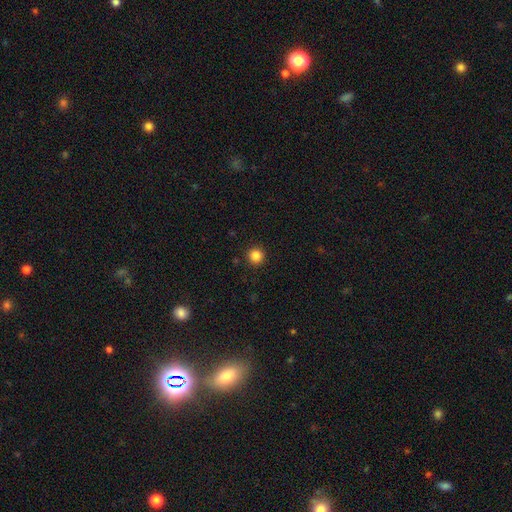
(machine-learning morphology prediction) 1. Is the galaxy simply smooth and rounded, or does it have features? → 85% smooth, 11% star or artifact, 3% featured or disk.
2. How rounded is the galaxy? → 95% round, 4% in between, 1% cigar-shaped.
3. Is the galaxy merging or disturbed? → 92% none, 5% minor disturbance, 2% major disturbance, 1% merger.